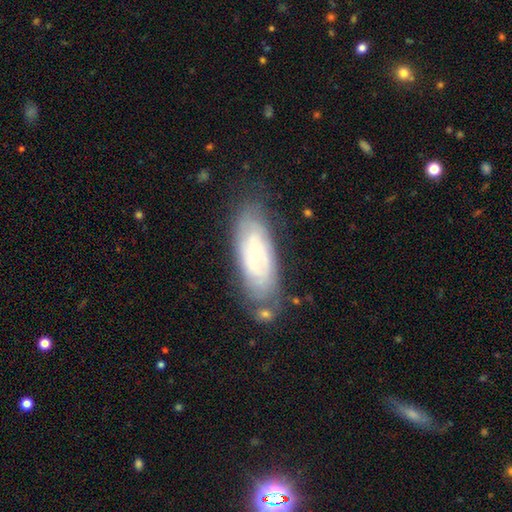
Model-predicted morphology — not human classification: Smooth or featured? Predicted: featured or disk (p=0.71). Edge-on disk? Predicted: no (p=0.89). Bar? Predicted: no (p=0.80). Spiral arms? Predicted: yes (p=0.76). Bulge size? Predicted: small (p=0.66). Merging? Predicted: none (p=0.70).